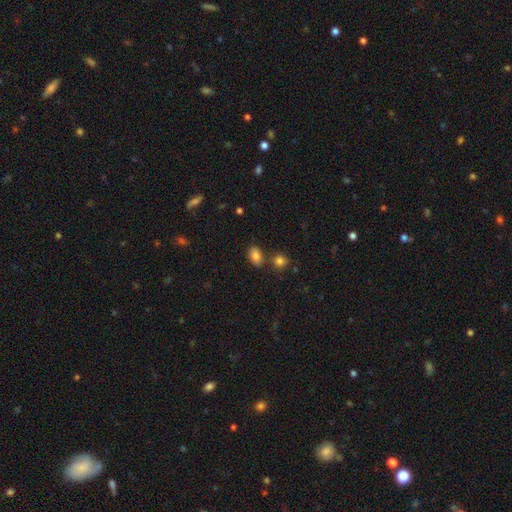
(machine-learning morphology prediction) type=smooth (84%); roundness=in between (85%); merging=none (75%).